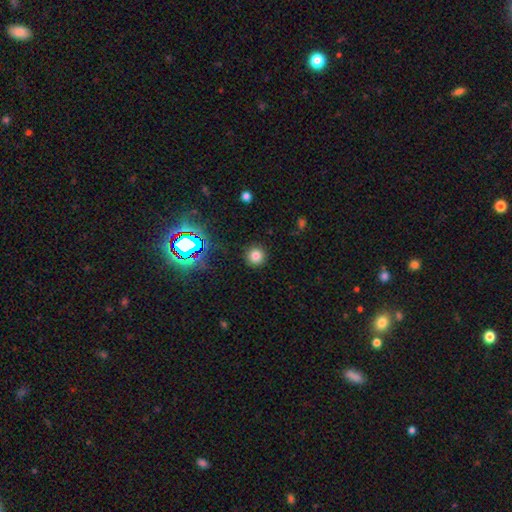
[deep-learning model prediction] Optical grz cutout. It shows a smooth galaxy with no disk features (75%) that is round (94%). Merging: none (90%).